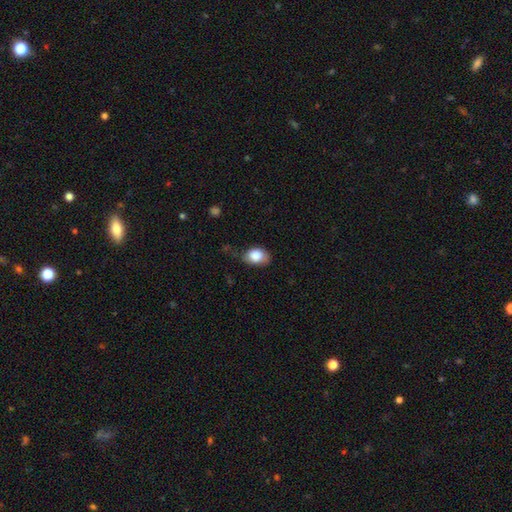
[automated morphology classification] This appears to be a smooth galaxy with no disk features (85%) that is in between round and cigar-shaped (74%). Merging: none (53%).